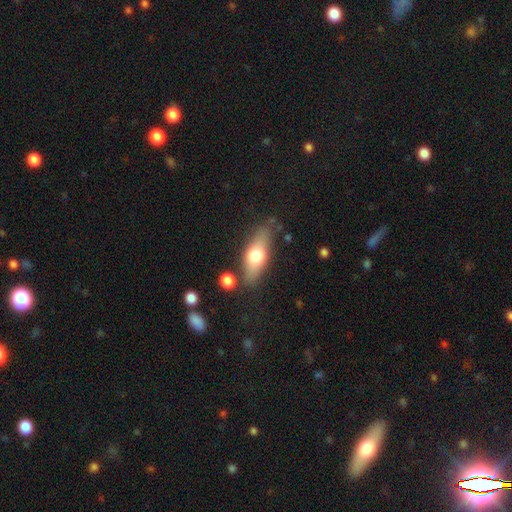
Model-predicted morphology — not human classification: Smooth or featured?
  - smooth: 60% *
  - featured or disk: 34%
  - star or artifact: 6%
How rounded?
  - in between: 64% *
  - cigar-shaped: 32%
  - round: 4%
Merging?
  - none: 75% *
  - minor disturbance: 16%
  - merger: 5%
  - major disturbance: 4%